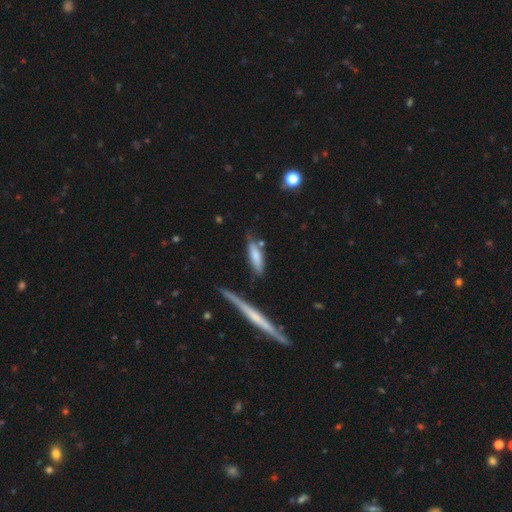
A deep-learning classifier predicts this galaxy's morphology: type=smooth (70%); roundness=cigar-shaped (61%); merging=none (65%).